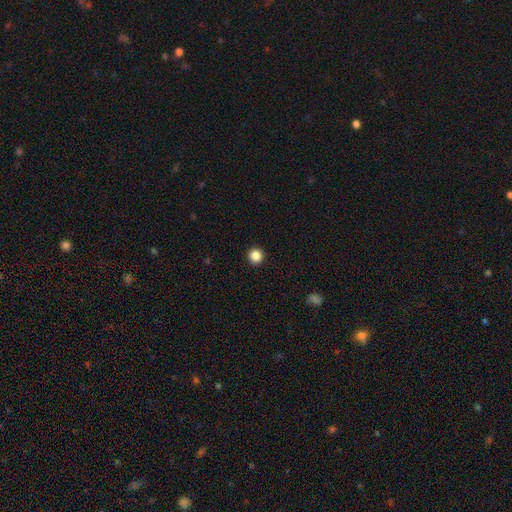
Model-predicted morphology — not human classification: Smooth or featured?
  - smooth: 86% *
  - star or artifact: 11%
  - featured or disk: 3%
How rounded?
  - round: 95% *
  - in between: 4%
  - cigar-shaped: 1%
Merging?
  - none: 94% *
  - minor disturbance: 4%
  - major disturbance: 1%
  - merger: 1%